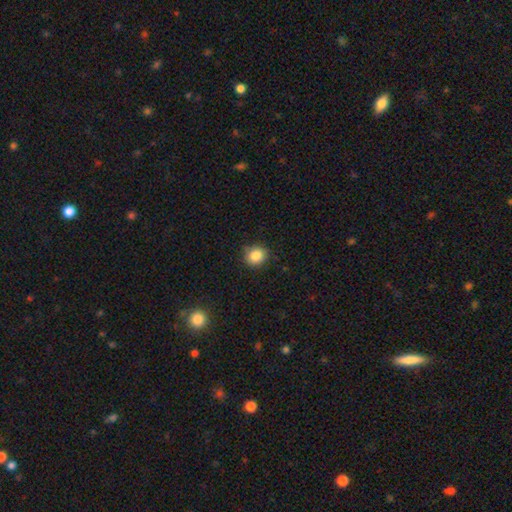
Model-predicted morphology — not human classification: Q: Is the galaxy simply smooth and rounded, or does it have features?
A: smooth — 84%.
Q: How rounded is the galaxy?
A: round — 80%.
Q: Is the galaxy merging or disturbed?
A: none — 85%.